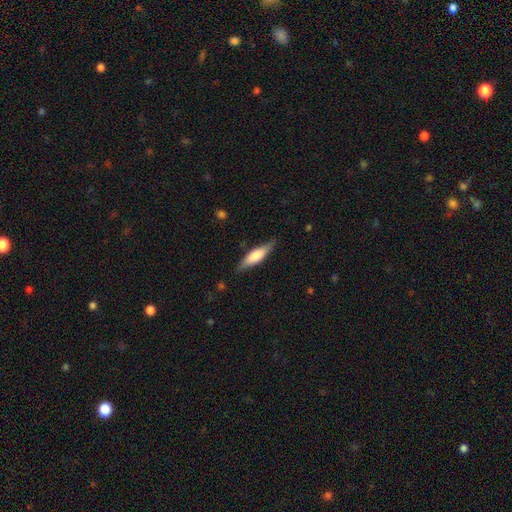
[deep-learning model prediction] A smooth galaxy with no disk features (67%) that is cigar-shaped (62%). Merging: none (83%).